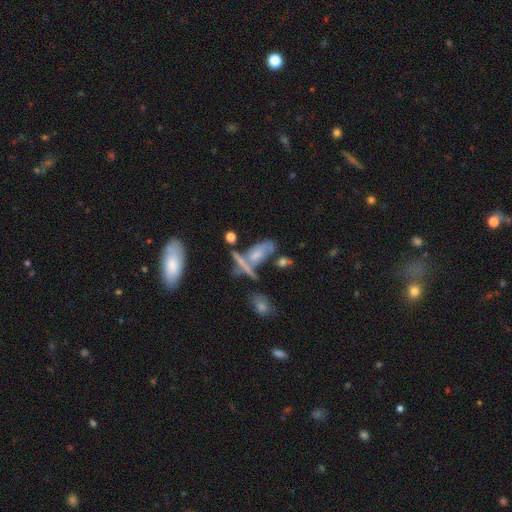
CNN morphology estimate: Smooth or featured?
  - featured or disk: 46% *
  - smooth: 37%
  - star or artifact: 17%
Merging?
  - merger: 34% *
  - none: 31%
  - major disturbance: 19%
  - minor disturbance: 16%